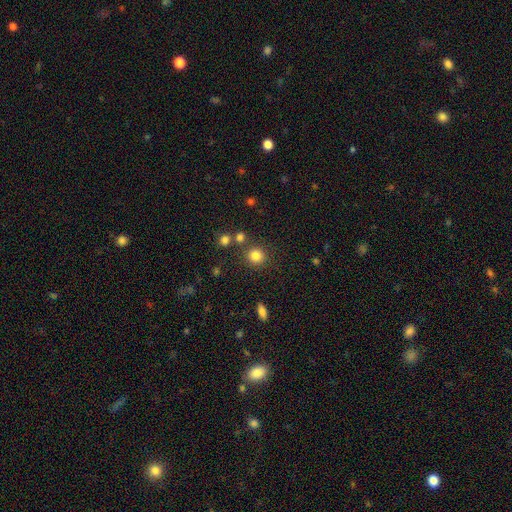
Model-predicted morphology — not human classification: Smooth or featured? smooth (82%)
How rounded? round (90%)
Merging? none (82%)